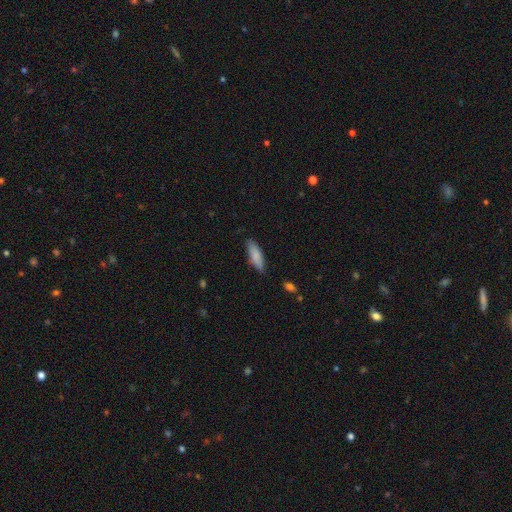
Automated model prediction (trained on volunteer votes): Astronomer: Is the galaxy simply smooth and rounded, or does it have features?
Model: smooth — 84%.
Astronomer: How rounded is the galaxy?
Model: in between — 50% (runner-up: cigar-shaped, 48%).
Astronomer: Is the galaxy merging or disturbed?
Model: none — 81%.